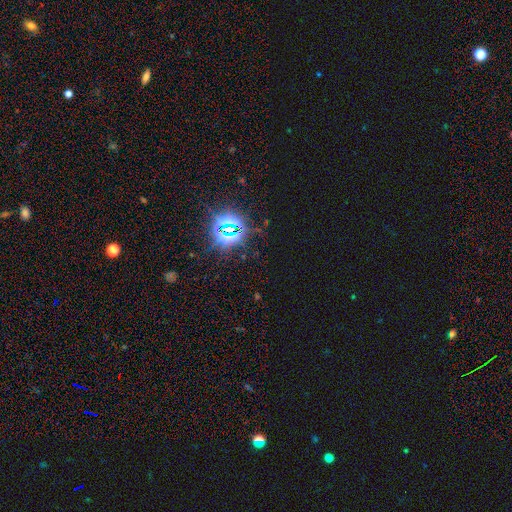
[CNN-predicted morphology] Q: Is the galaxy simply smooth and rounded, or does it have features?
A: star or artifact — 82%.